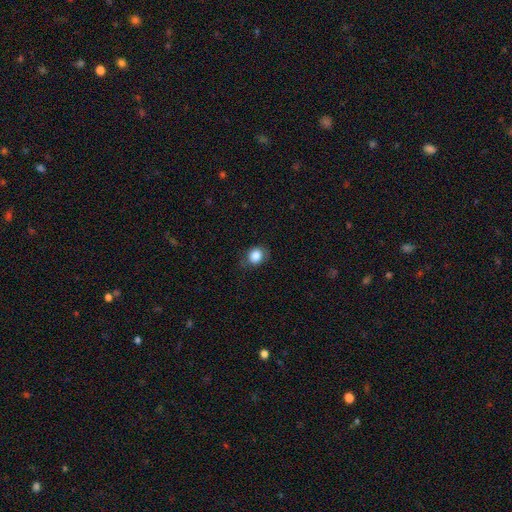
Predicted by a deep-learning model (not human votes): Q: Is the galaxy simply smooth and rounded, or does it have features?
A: smooth — 85%.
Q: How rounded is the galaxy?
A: round — 65%.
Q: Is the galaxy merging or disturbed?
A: none — 75%.